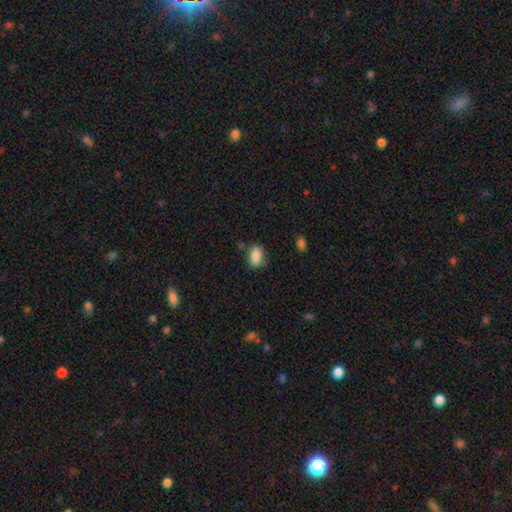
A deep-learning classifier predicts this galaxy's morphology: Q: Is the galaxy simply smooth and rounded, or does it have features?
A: smooth — 86%.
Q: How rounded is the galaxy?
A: in between — 85%.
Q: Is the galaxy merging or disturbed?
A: none — 74%.